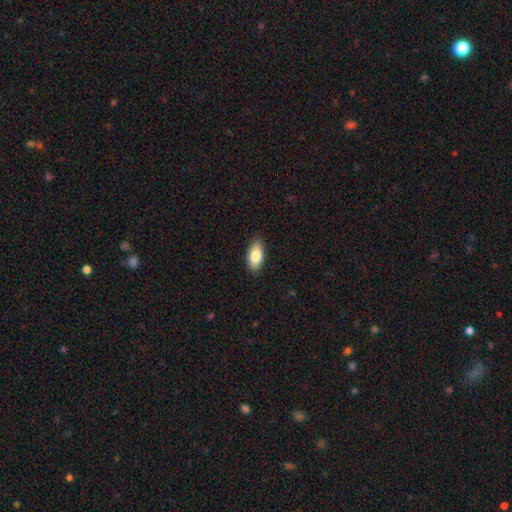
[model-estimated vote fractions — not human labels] This appears to be a smooth galaxy with no disk features (81%) that is in between round and cigar-shaped (90%). Merging: none (87%).